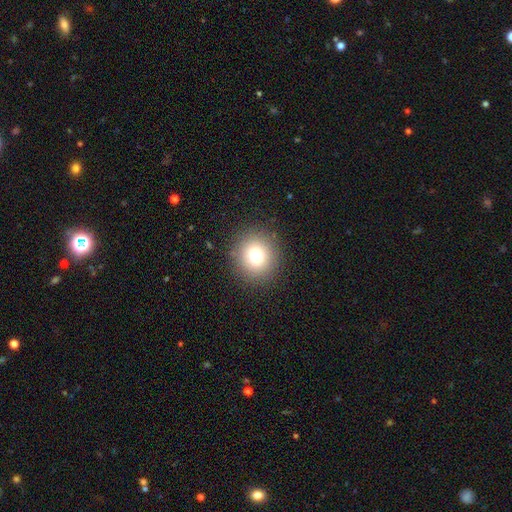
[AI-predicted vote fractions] Morphology: type=smooth (75%); roundness=round (91%); merging=none (89%).